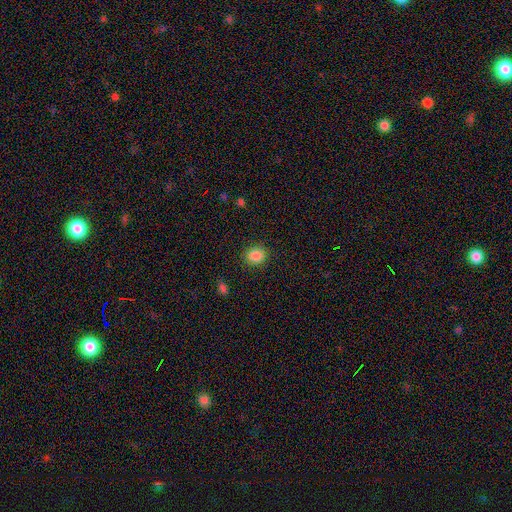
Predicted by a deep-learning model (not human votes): Morphology: type=smooth (86%); roundness=round (79%); merging=none (89%).